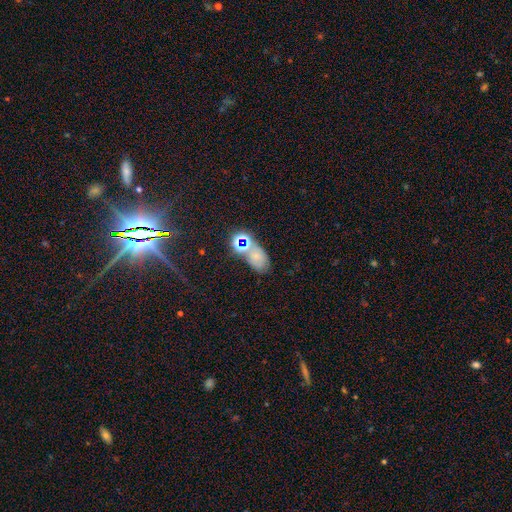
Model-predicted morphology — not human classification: Smooth or featured: smooth — 49% (star or artifact — 31%)
Merging: none — 52% (merger — 20%)